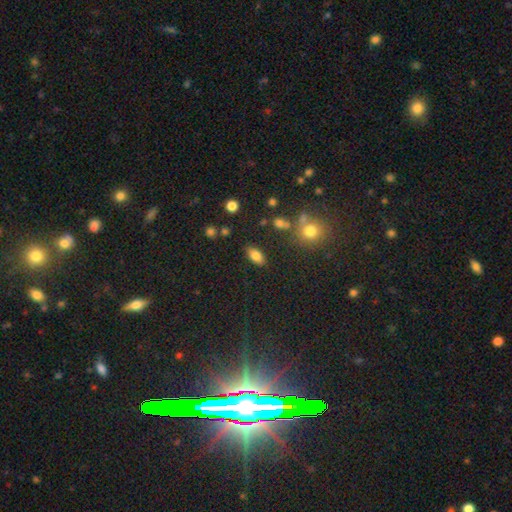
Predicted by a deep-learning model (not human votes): Q: Smooth or featured?
A: smooth (81%); runner-up: star or artifact (10%)
Q: How rounded?
A: in between (89%); runner-up: cigar-shaped (6%)
Q: Merging?
A: none (83%); runner-up: minor disturbance (11%)